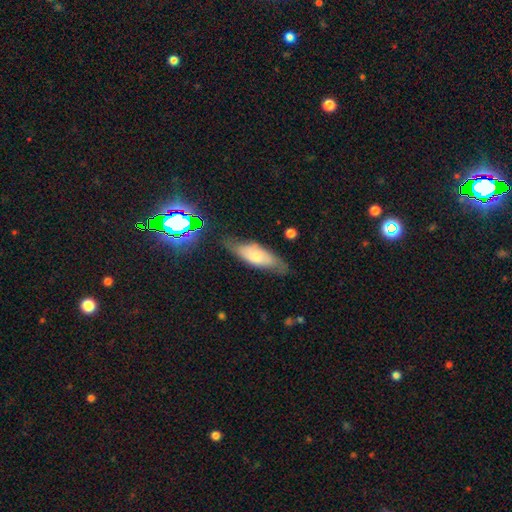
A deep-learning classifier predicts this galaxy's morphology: Smooth or featured: smooth — 57% (featured or disk — 36%)
How rounded: in between — 62% (cigar-shaped — 36%)
Merging: none — 61% (minor disturbance — 27%)